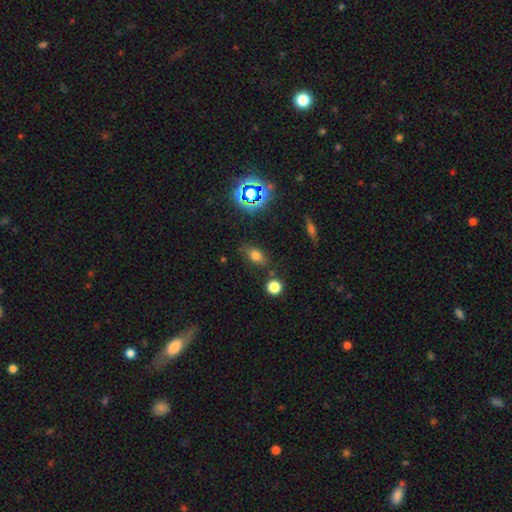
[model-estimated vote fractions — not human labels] Smooth or featured? Predicted: smooth (p=0.68). How rounded? Predicted: in between (p=0.77). Merging? Predicted: none (p=0.76).